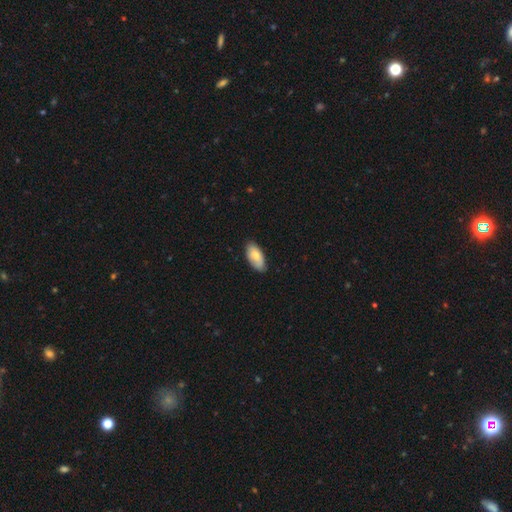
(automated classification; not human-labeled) Smooth or featured? smooth (76%)
How rounded? in between (93%)
Merging? none (81%)